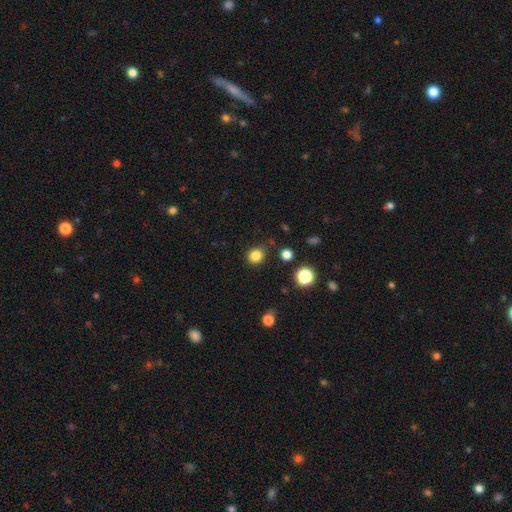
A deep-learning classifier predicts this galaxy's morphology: Smooth or featured: smooth — 83% (star or artifact — 13%)
How rounded: round — 77% (in between — 22%)
Merging: none — 82% (minor disturbance — 12%)